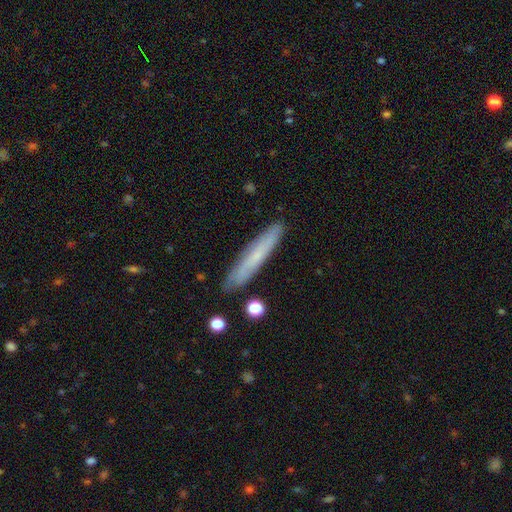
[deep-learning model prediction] Smooth or featured? smooth (59%)
How rounded? cigar-shaped (93%)
Merging? none (87%)